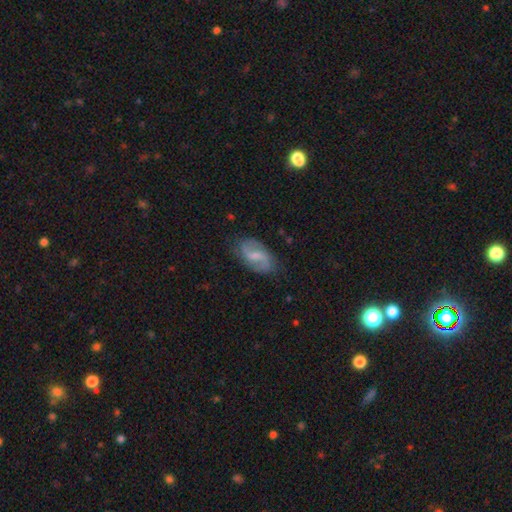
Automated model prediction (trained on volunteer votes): A featured or disk galaxy (73%) with a weak bar (58%), 2 (89%) loose (47%) spiral arms (92%) and a small central bulge (38%). Merging: none (80%).